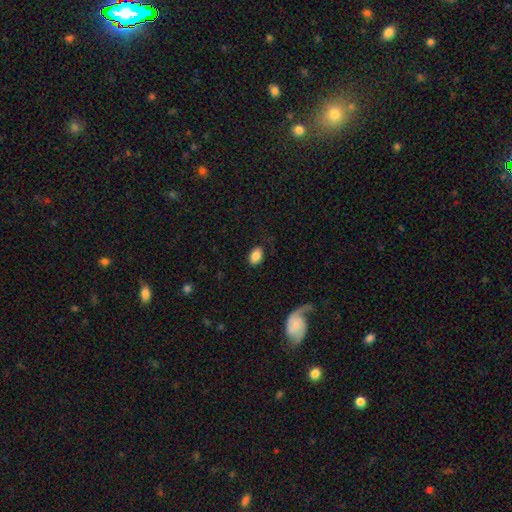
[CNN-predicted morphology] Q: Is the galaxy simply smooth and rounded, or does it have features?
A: smooth — 84%.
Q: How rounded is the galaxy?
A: in between — 86%.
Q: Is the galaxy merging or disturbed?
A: none — 76%.